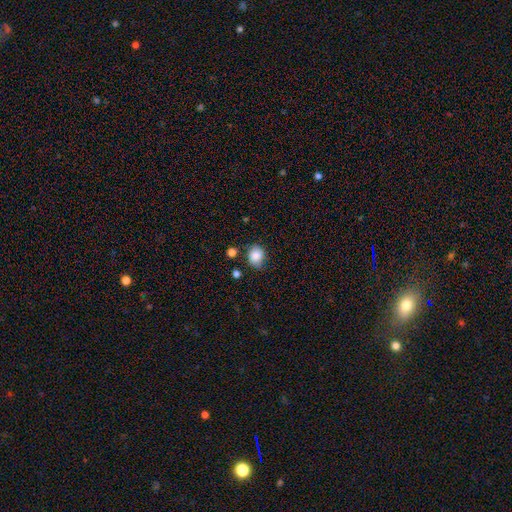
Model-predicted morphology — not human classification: Smooth or featured? smooth (85%)
How rounded? round (62%)
Merging? none (71%)